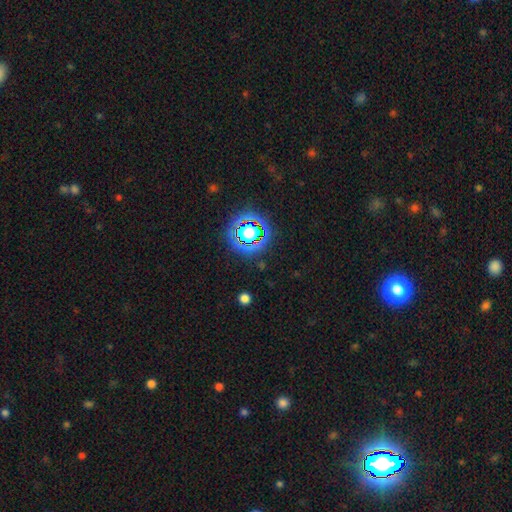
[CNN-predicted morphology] smooth_or_featured: star or artifact (p=0.78) [alt: smooth p=0.14]